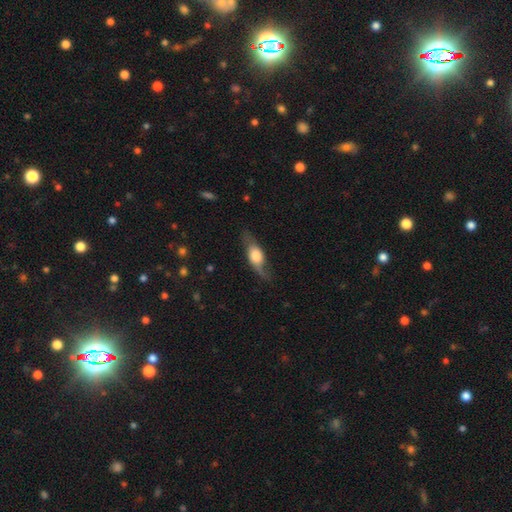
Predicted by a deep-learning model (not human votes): Smooth or featured? Predicted: featured or disk (p=0.53). Edge-on disk? Predicted: yes (p=0.58). Merging? Predicted: none (p=0.66).